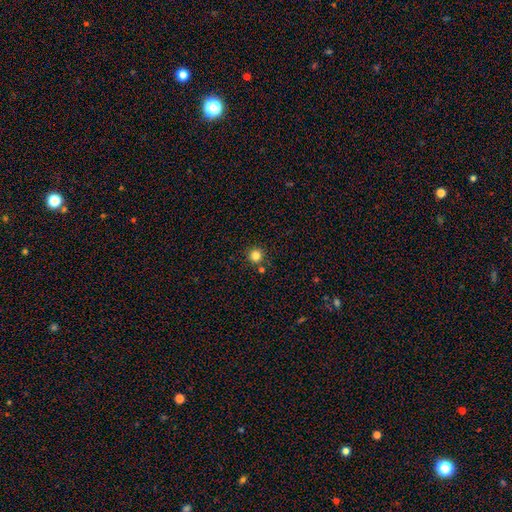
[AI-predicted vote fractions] smooth 83%, star or artifact 13%, featured or disk 5%. Down the decision tree: how rounded — round (95%); merging — none (84%).